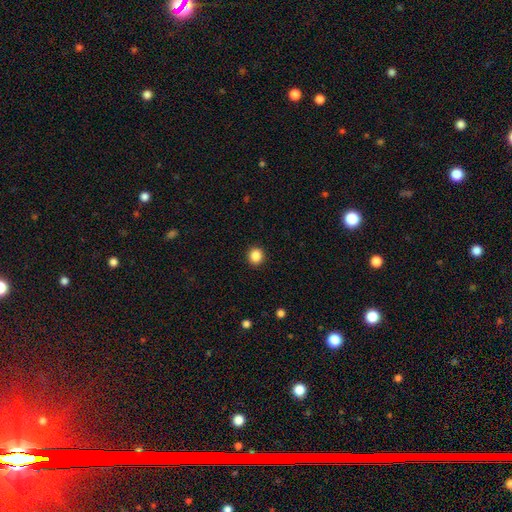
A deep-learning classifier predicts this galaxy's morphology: This appears to be a smooth galaxy with no disk features (87%) that is round (89%). Merging: none (92%).